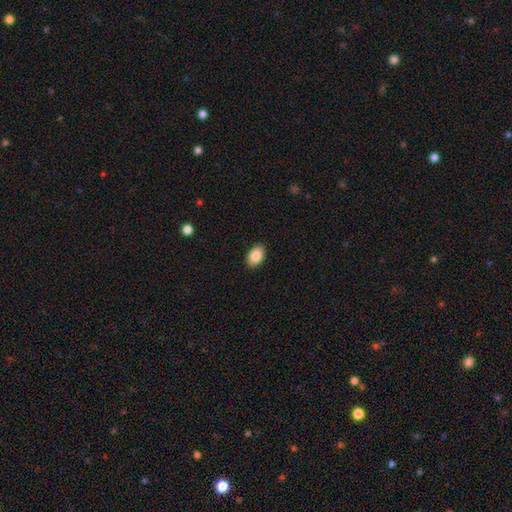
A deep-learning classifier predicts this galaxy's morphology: A smooth galaxy with no disk features (87%) that is in between round and cigar-shaped (90%).

Vote fractions:
- Smooth or featured? smooth: 87% / star or artifact: 7% / featured or disk: 6%
- How rounded? in between: 90% / round: 8% / cigar-shaped: 1%
- Merging? none: 89% / minor disturbance: 8% / major disturbance: 2% / merger: 1%